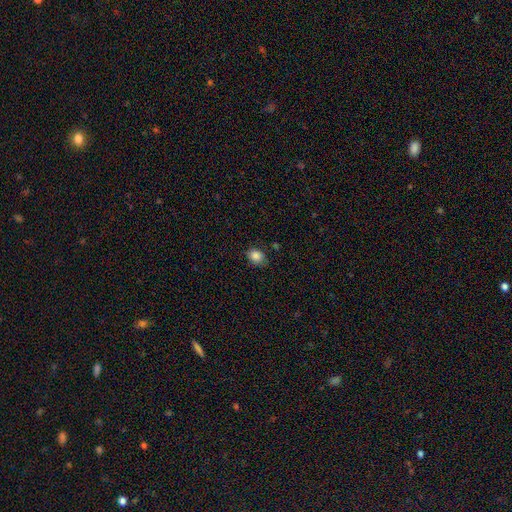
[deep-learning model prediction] smooth_or_featured: smooth (p=0.85) [alt: star or artifact p=0.10]
how_rounded: in between (p=0.52) [alt: round p=0.47]
merging: none (p=0.78) [alt: minor disturbance p=0.17]